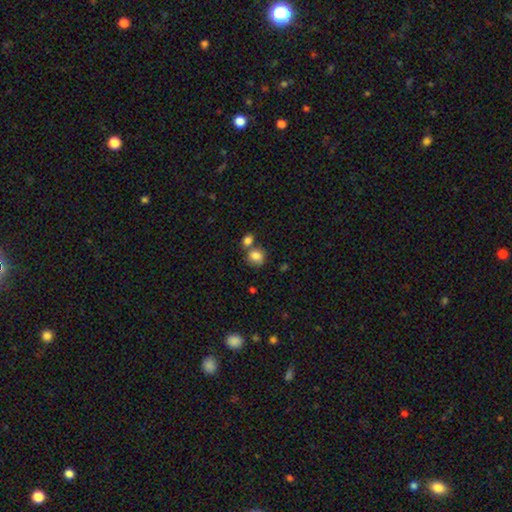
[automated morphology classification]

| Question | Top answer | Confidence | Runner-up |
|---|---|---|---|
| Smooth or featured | smooth | 83% | star or artifact (10%) |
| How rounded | round | 69% | in between (30%) |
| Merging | none | 50% | merger (35%) |